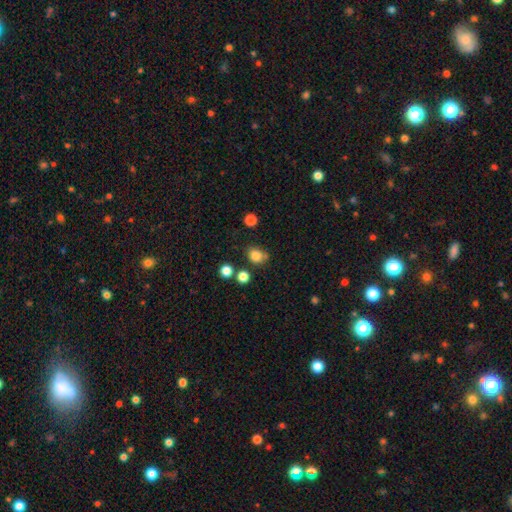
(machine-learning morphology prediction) Smooth or featured?
  - smooth: 82% *
  - star or artifact: 12%
  - featured or disk: 5%
How rounded?
  - round: 58% *
  - in between: 41%
  - cigar-shaped: 1%
Merging?
  - none: 67% *
  - minor disturbance: 20%
  - merger: 8%
  - major disturbance: 5%